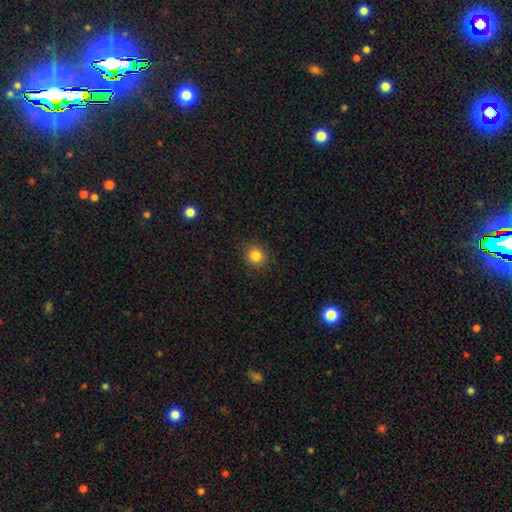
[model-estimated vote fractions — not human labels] Q: Smooth or featured?
A: smooth (84%); runner-up: star or artifact (11%)
Q: How rounded?
A: round (85%); runner-up: in between (14%)
Q: Merging?
A: none (89%); runner-up: minor disturbance (7%)